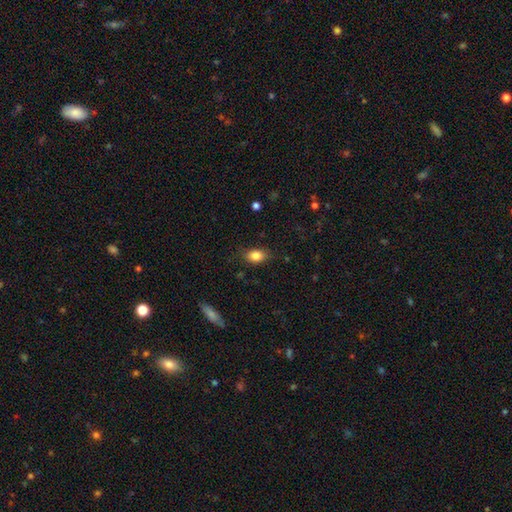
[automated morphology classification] The model was most divided on "how rounded": in between: 79%, round: 19%, cigar-shaped: 2%. More confident: smooth or featured — smooth (84%); merging — none (80%).